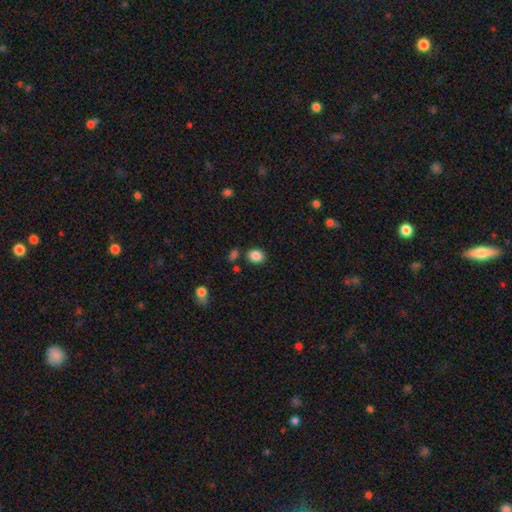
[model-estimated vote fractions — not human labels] smooth 86%, star or artifact 9%, featured or disk 4%. Down the decision tree: how rounded — in between (54%); merging — none (81%).